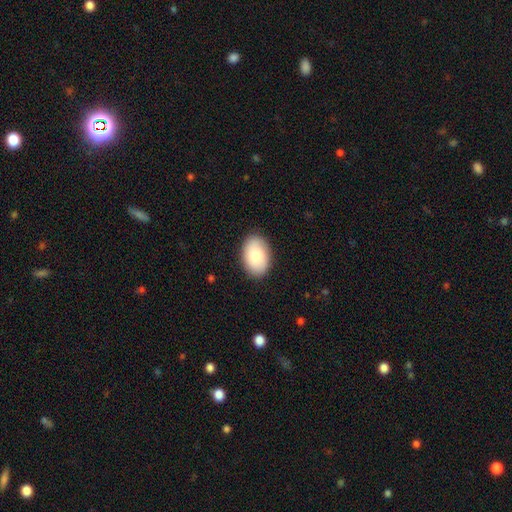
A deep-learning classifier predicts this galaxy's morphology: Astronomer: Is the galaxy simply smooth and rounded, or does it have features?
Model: smooth — 81%.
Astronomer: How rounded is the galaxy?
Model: in between — 89%.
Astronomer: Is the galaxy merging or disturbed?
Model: none — 88%.